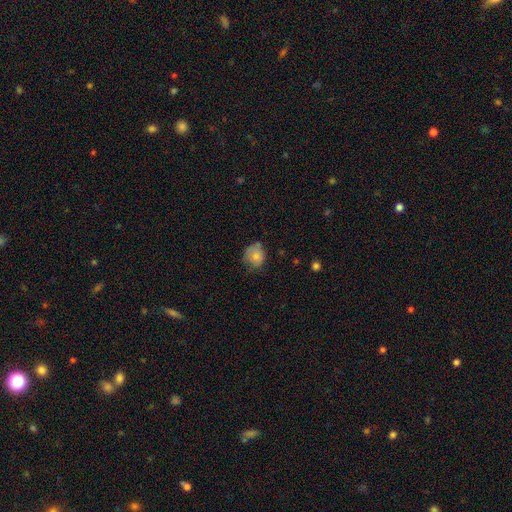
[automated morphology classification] Q: Smooth or featured?
A: smooth (75%); runner-up: featured or disk (16%)
Q: How rounded?
A: round (69%); runner-up: in between (31%)
Q: Merging?
A: none (54%); runner-up: minor disturbance (33%)